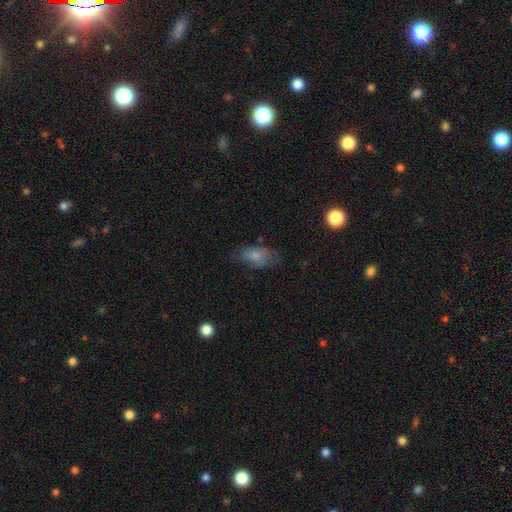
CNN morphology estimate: type=smooth (74%); roundness=in between (91%); merging=none (50%).